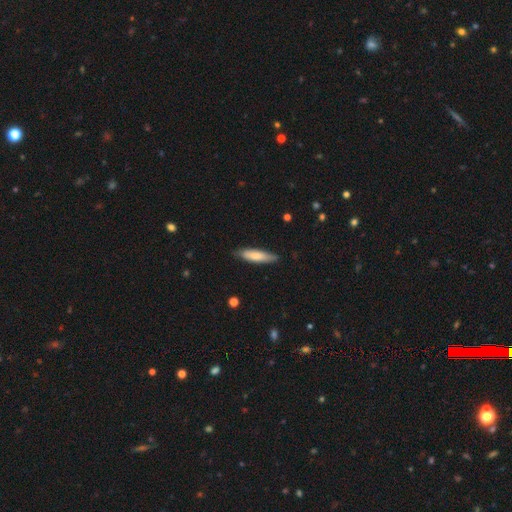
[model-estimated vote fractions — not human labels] This appears to be a smooth galaxy with no disk features (73%) that is cigar-shaped (72%). Merging: none (80%).